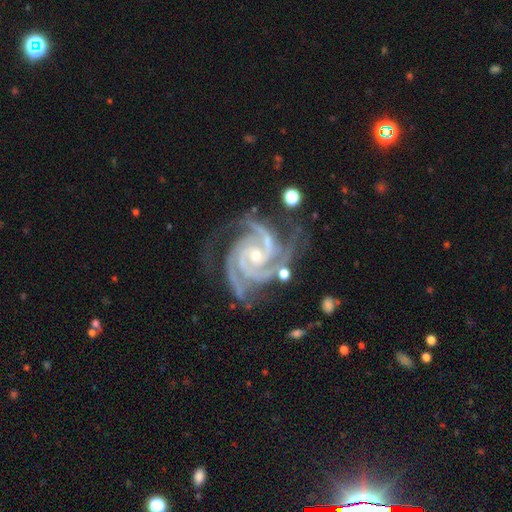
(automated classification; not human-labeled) A featured or disk galaxy (94%) with no bar (58%), 3 (53%) tight (66%) spiral arms (99%) and a small central bulge (59%).

Vote fractions:
- Smooth or featured? featured or disk: 94% / star or artifact: 4% / smooth: 2%
- Edge-on disk? no: 98% / yes: 2%
- Bar? no: 58% / weak: 29% / strong: 13%
- Spiral arms? yes: 99% / no: 1%
- Spiral winding? tight: 66% / medium: 31% / loose: 3%
- Spiral arm count? 3: 53% / 4: 21% / 2: 13% / can't tell: 5% / more than 4: 4% / 1: 4%
- Bulge size? small: 59% / moderate: 38% / none: 2% / large: 1% / dominant: 1%
- Merging? none: 64% / minor disturbance: 22% / major disturbance: 11% / merger: 4%